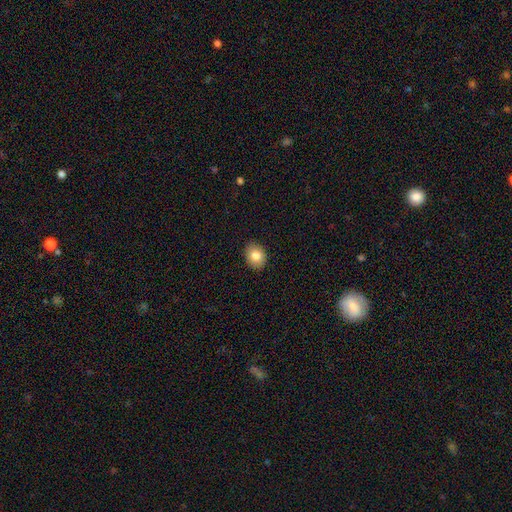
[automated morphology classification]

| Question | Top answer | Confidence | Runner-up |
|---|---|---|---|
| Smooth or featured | smooth | 81% | featured or disk (10%) |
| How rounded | in between | 54% | round (45%) |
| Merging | none | 90% | minor disturbance (8%) |